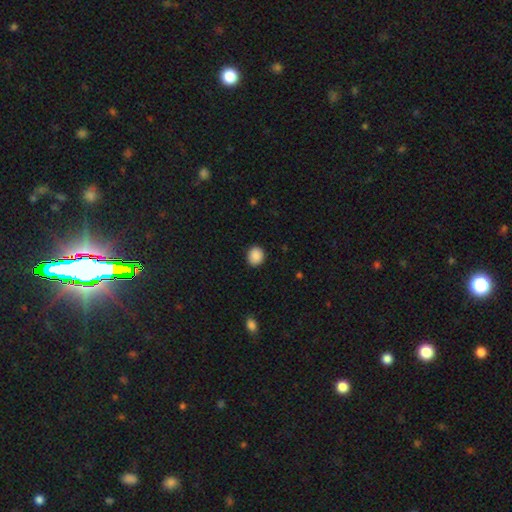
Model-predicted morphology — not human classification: smooth-or-featured: smooth: 89% | star or artifact: 8% | featured or disk: 3%
  how-rounded: round: 76% | in between: 23% | cigar-shaped: 1%
  merging: none: 89% | minor disturbance: 8% | major disturbance: 2% | merger: 1%